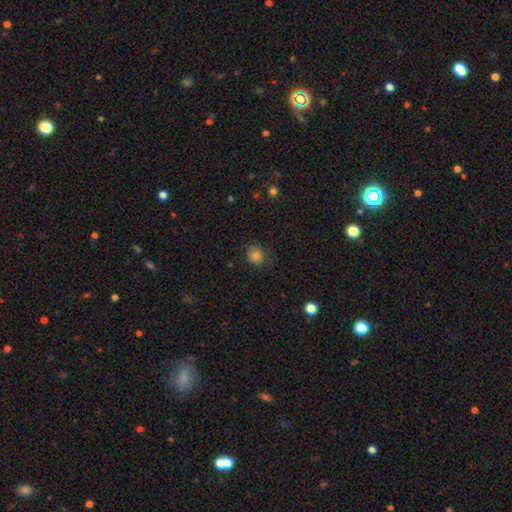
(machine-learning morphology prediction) A smooth galaxy with no disk features (80%) that is round (72%). Merging: none (71%).